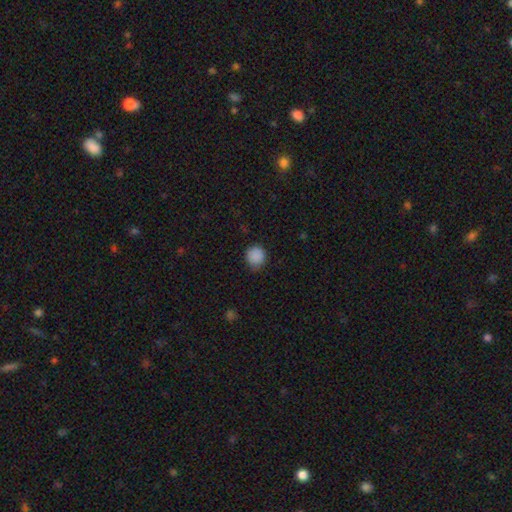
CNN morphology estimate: Smooth or featured? Predicted: smooth (p=0.88). How rounded? Predicted: round (p=0.89). Merging? Predicted: none (p=0.80).